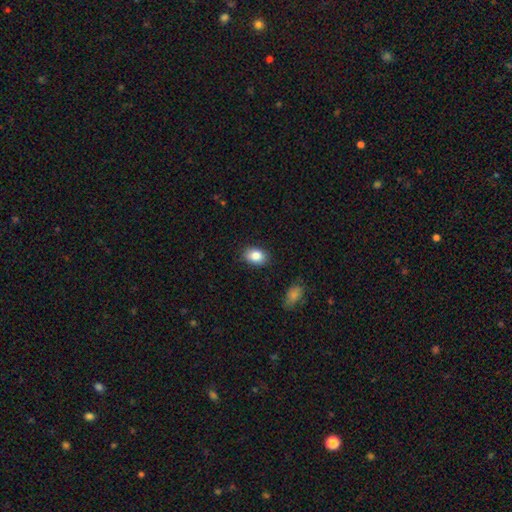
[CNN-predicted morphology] Smooth or featured?
  - smooth: 86% *
  - star or artifact: 8%
  - featured or disk: 6%
How rounded?
  - in between: 79% *
  - round: 20%
  - cigar-shaped: 1%
Merging?
  - none: 87% *
  - minor disturbance: 9%
  - major disturbance: 2%
  - merger: 1%